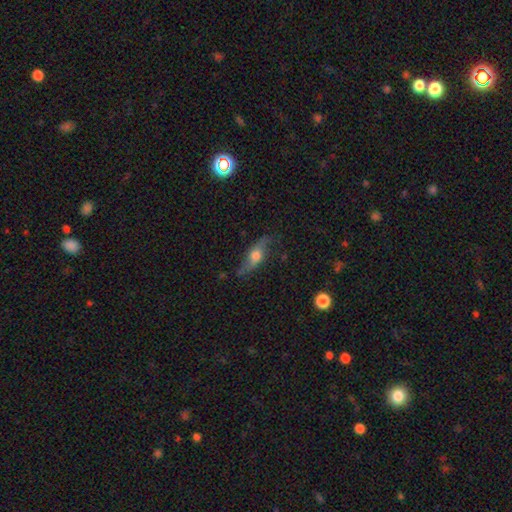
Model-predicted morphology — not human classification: smooth-or-featured: featured or disk: 54% | smooth: 38% | star or artifact: 8%
  disk-edge-on: yes: 51% | no: 49%
  merging: none: 71% | minor disturbance: 20% | major disturbance: 7% | merger: 2%